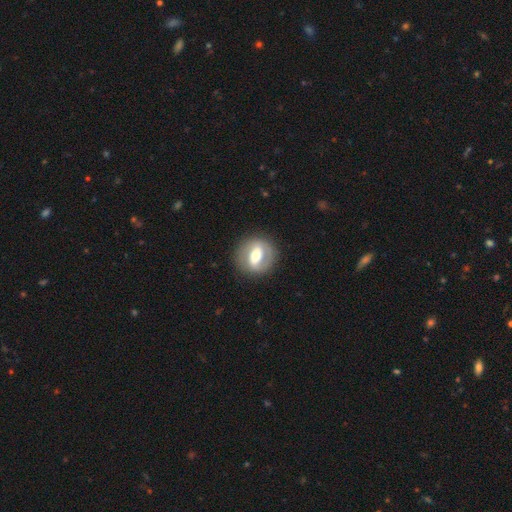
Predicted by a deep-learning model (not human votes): Morphology: type=featured or disk (60%); edge-on=no (92%); bar=strong (52%); spiral arms=no (57%); bulge=moderate (65%); merging=none (85%).